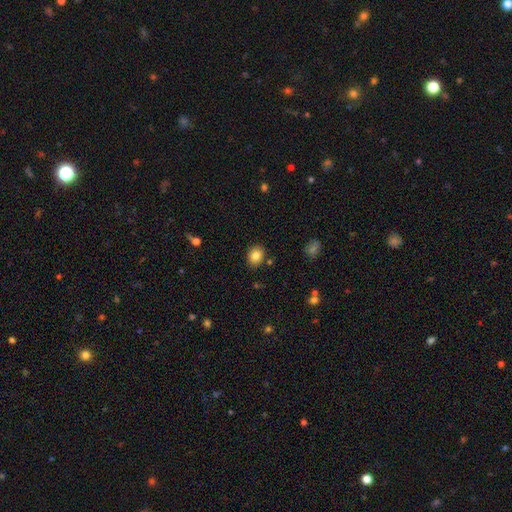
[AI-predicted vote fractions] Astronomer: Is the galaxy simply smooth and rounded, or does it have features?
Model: smooth — 83%.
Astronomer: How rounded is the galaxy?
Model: round — 51% (runner-up: in between, 48%).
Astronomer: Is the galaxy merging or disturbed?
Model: none — 86%.